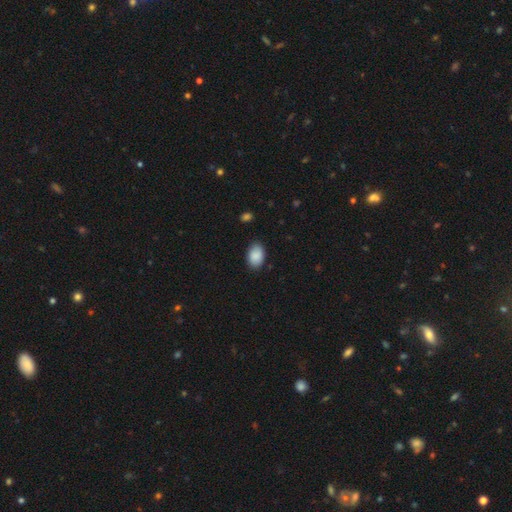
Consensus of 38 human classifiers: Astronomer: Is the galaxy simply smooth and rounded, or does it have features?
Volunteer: smooth — 84%.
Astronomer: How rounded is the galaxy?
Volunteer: in between — 84%.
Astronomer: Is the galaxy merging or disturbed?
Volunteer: none — 80%.